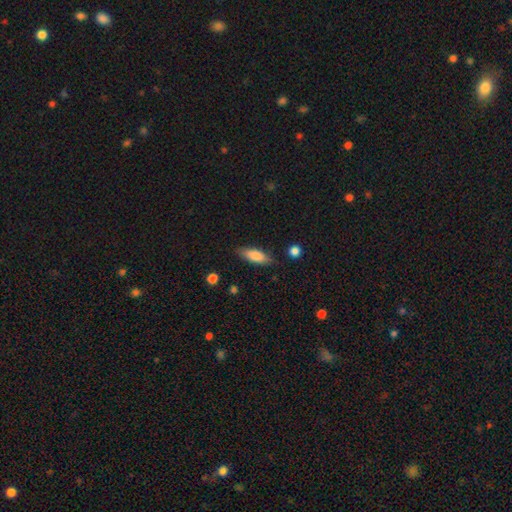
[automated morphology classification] Smooth or featured? Predicted: smooth (p=0.80). How rounded? Predicted: in between (p=0.60). Merging? Predicted: none (p=0.82).